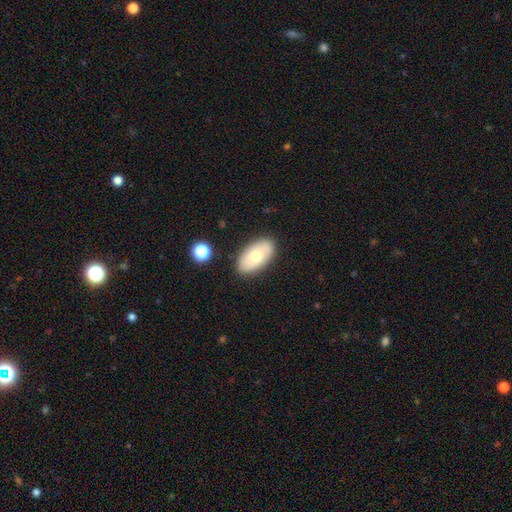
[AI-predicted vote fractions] Smooth or featured?
  - smooth: 66% *
  - featured or disk: 27%
  - star or artifact: 7%
How rounded?
  - in between: 94% *
  - round: 4%
  - cigar-shaped: 2%
Merging?
  - none: 84% *
  - minor disturbance: 11%
  - major disturbance: 3%
  - merger: 2%